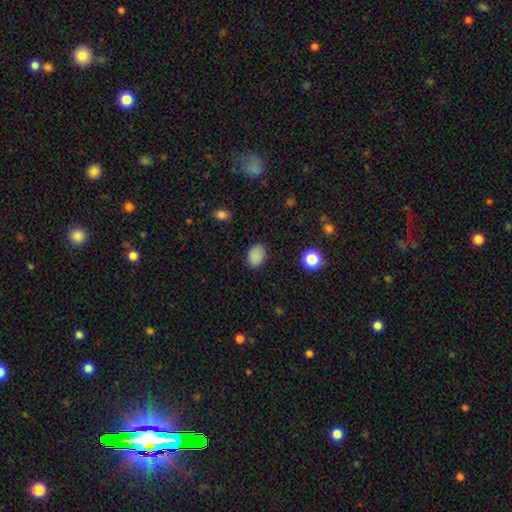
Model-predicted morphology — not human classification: Q: Smooth or featured?
A: smooth (86%); runner-up: star or artifact (10%)
Q: How rounded?
A: in between (65%); runner-up: round (34%)
Q: Merging?
A: none (84%); runner-up: minor disturbance (12%)